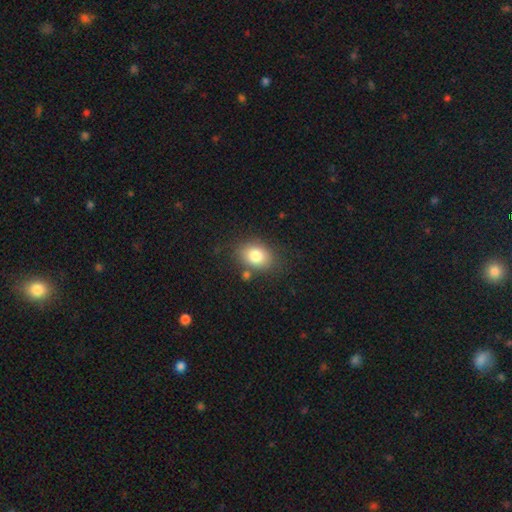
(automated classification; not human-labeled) This is clearly a smooth galaxy (82%). How rounded: likely in between (68%). Merging: likely none (76%).